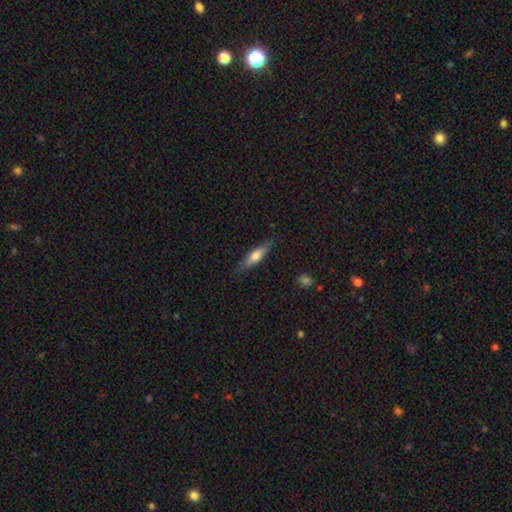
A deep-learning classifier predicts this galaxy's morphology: This is possibly a smooth galaxy (59%). How rounded: likely cigar-shaped (74%). Merging: clearly none (82%).